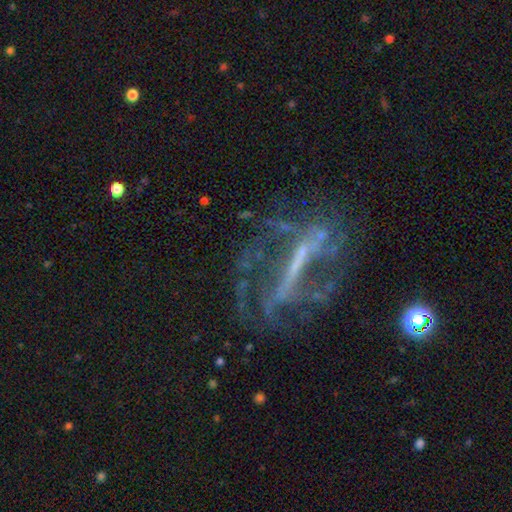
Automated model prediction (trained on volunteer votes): smooth-or-featured: featured or disk: 78% | star or artifact: 13% | smooth: 9%
  disk-edge-on: no: 82% | yes: 18%
    bar: strong: 66% | weak: 20% | no: 14%
    has-spiral-arms: yes: 66% | no: 34%
    bulge-size: none: 44% | small: 36% | moderate: 16% | large: 3% | dominant: 2%
  merging: none: 53% | major disturbance: 26% | minor disturbance: 17% | merger: 5%